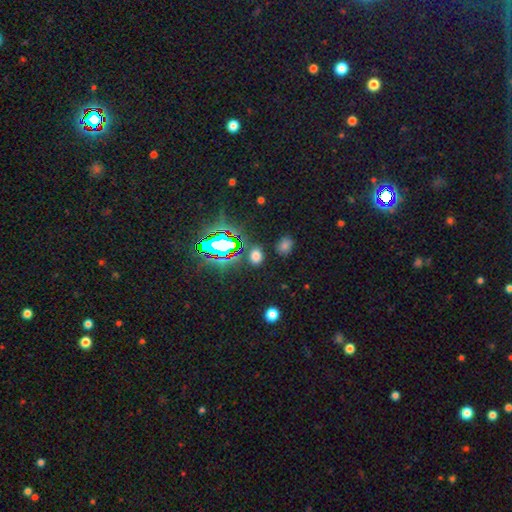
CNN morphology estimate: smooth-or-featured: smooth: 60% | star or artifact: 34% | featured or disk: 6%
  how-rounded: in between: 55% | round: 42% | cigar-shaped: 2%
  merging: none: 82% | minor disturbance: 10% | merger: 5% | major disturbance: 4%